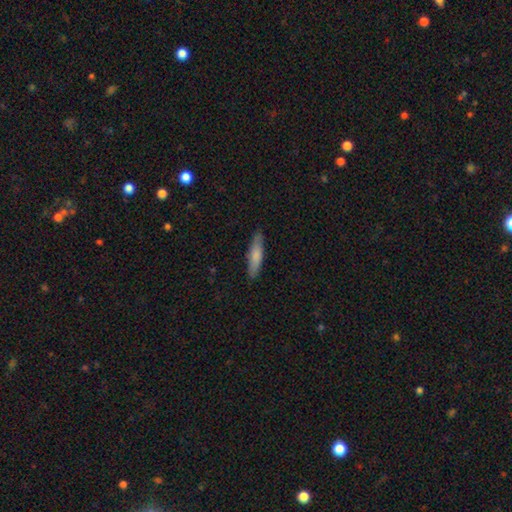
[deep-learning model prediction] smooth_or_featured: smooth (p=0.75) [alt: featured or disk p=0.19]
how_rounded: cigar-shaped (p=0.80) [alt: in between p=0.19]
merging: none (p=0.87) [alt: minor disturbance p=0.10]